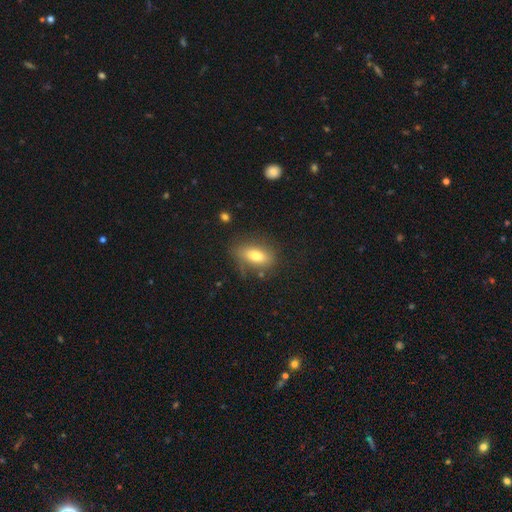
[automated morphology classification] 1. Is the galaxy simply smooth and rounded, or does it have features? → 75% smooth, 16% featured or disk, 9% star or artifact.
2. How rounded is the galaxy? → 85% in between, 9% round, 7% cigar-shaped.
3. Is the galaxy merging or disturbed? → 72% none, 18% minor disturbance, 7% major disturbance, 3% merger.